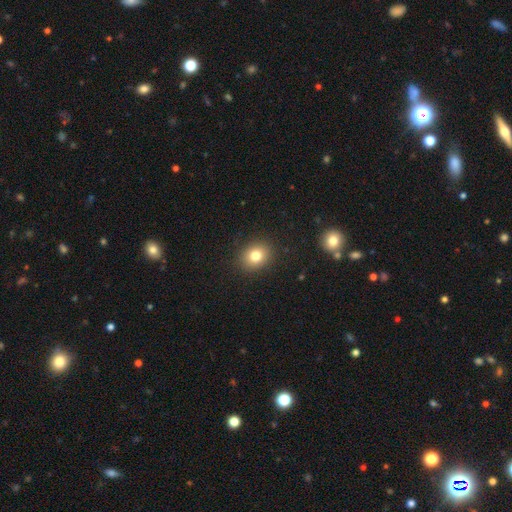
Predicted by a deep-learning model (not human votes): smooth 79%, star or artifact 12%, featured or disk 9%. Down the decision tree: how rounded — round (59%); merging — none (89%).